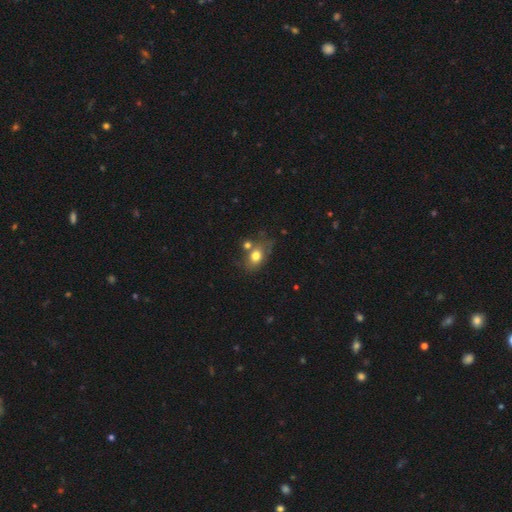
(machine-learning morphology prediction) This appears to be a smooth galaxy with no disk features (75%) that is in between round and cigar-shaped (66%). Merging: none (51%).